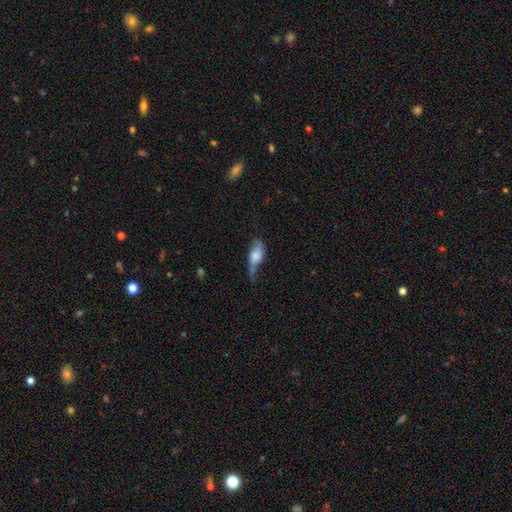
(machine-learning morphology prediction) The model was most divided on "merging": minor disturbance: 37%, none: 32%, major disturbance: 26%, merger: 6%. More confident: how rounded — in between (80%); smooth or featured — smooth (52%).